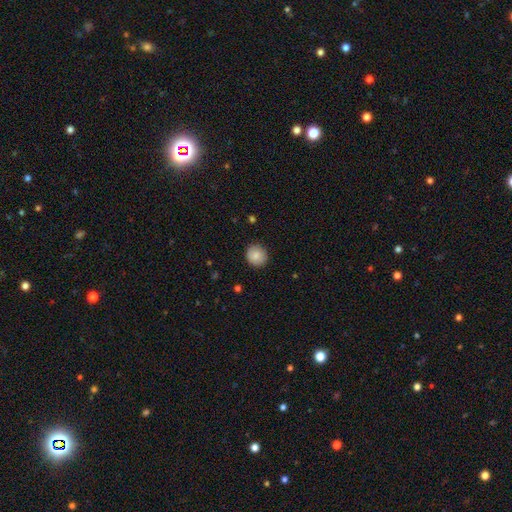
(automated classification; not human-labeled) Smooth or featured: smooth — 85% (star or artifact — 8%)
How rounded: round — 89% (in between — 10%)
Merging: none — 88% (minor disturbance — 9%)